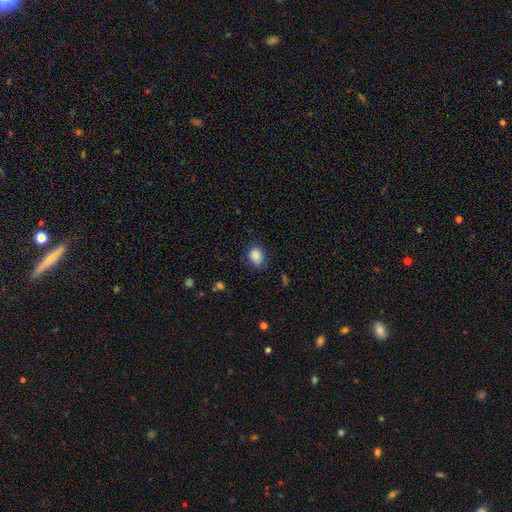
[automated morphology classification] A smooth galaxy with no disk features (87%) that is in between round and cigar-shaped (61%).

Vote fractions:
- Smooth or featured? smooth: 87% / star or artifact: 9% / featured or disk: 4%
- How rounded? in between: 61% / round: 38% / cigar-shaped: 1%
- Merging? none: 74% / minor disturbance: 20% / major disturbance: 5% / merger: 1%